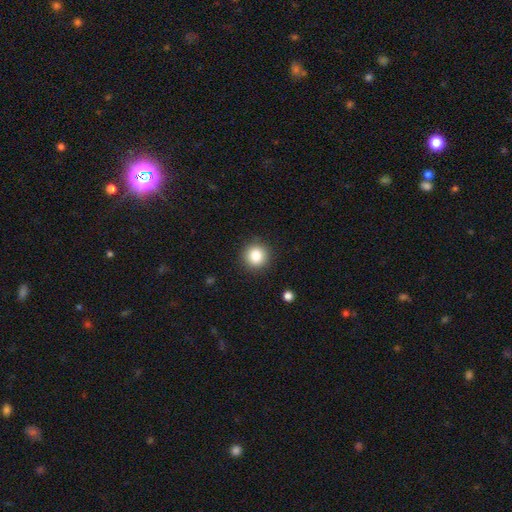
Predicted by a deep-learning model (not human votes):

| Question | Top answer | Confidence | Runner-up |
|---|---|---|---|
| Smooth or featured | smooth | 85% | star or artifact (10%) |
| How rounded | round | 93% | in between (6%) |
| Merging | none | 90% | minor disturbance (7%) |